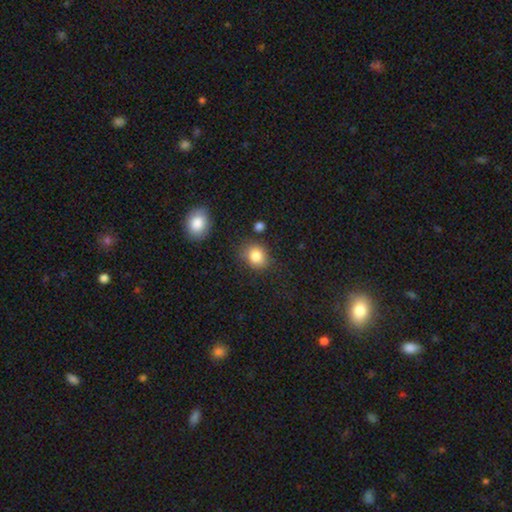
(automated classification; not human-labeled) Morphology: type=smooth (84%); roundness=round (60%); merging=none (77%).